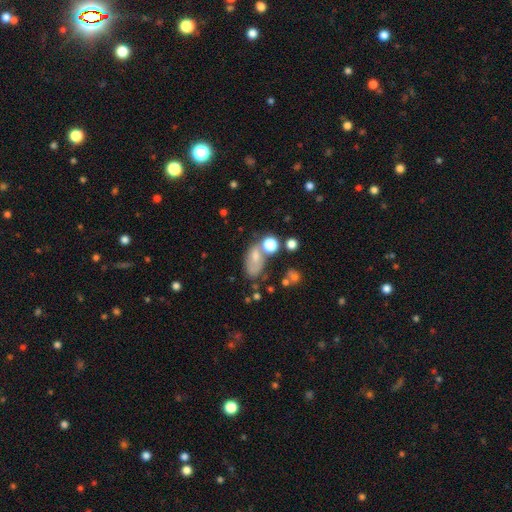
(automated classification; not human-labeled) This appears to be a smooth galaxy with no disk features (59%) that is in between round and cigar-shaped (80%). Merging: none (35%).